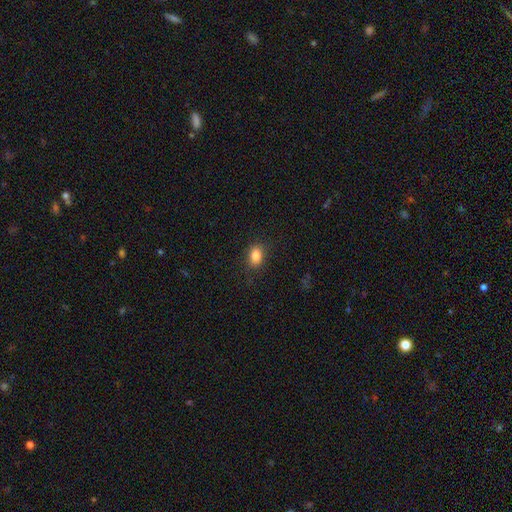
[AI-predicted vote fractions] This is clearly a smooth galaxy (85%). How rounded: likely in between (73%). Merging: clearly none (86%).